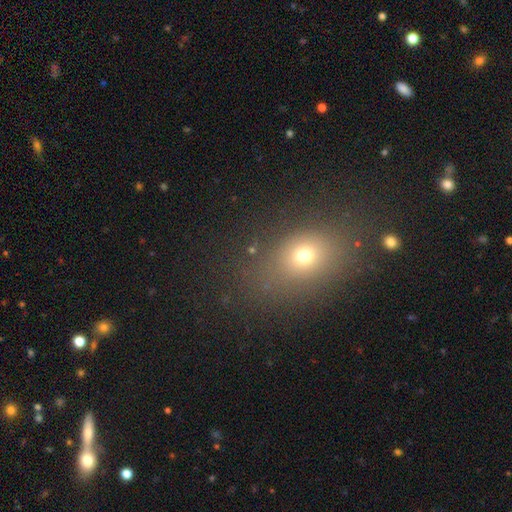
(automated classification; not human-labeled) Smooth or featured? Predicted: smooth (p=0.63). How rounded? Predicted: in between (p=0.58). Merging? Predicted: none (p=0.83).